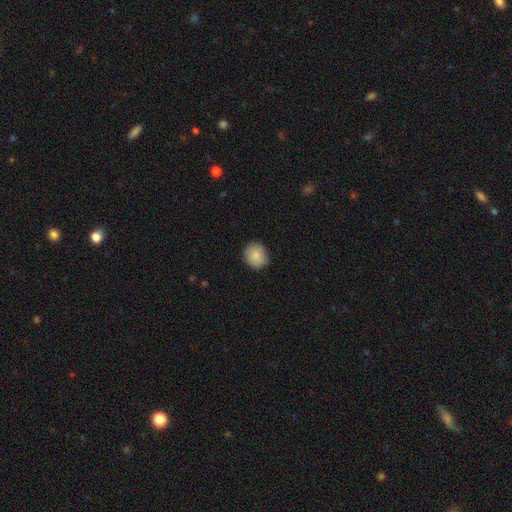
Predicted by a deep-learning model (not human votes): This is clearly a smooth galaxy (87%). How rounded: likely round (76%). Merging: clearly none (87%).